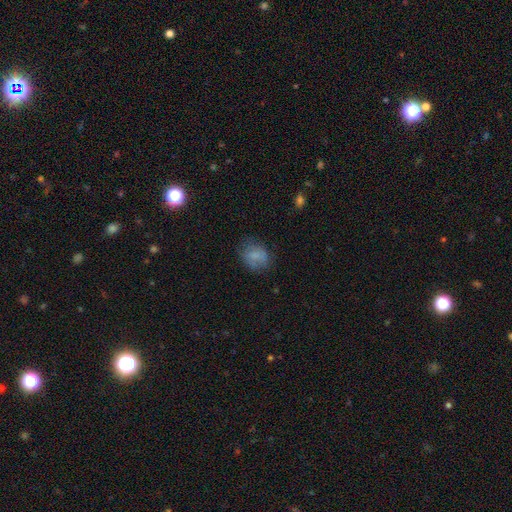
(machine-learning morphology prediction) Smooth or featured? Predicted: smooth (p=0.75). How rounded? Predicted: in between (p=0.51). Merging? Predicted: none (p=0.67).